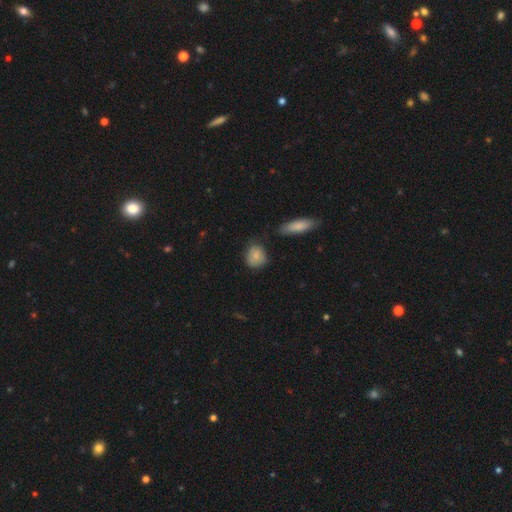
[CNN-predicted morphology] smooth 82%, featured or disk 11%, star or artifact 8%. Down the decision tree: how rounded — round (67%); merging — none (68%).